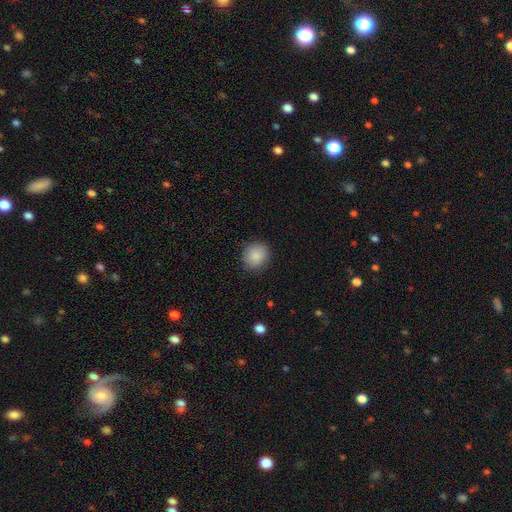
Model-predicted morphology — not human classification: Smooth or featured? Predicted: smooth (p=0.87). How rounded? Predicted: round (p=0.87). Merging? Predicted: none (p=0.87).